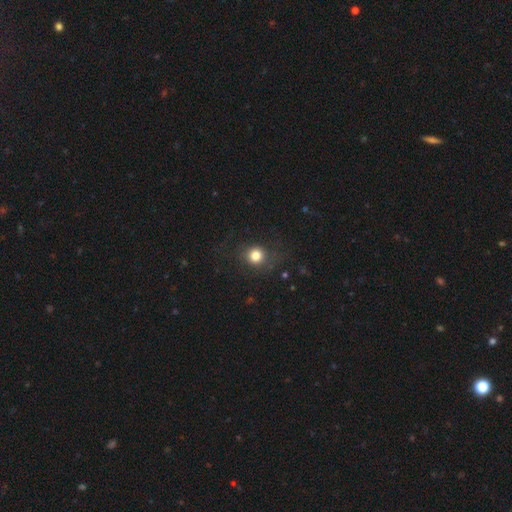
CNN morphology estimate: smooth-or-featured: smooth: 80% | star or artifact: 13% | featured or disk: 7%
  how-rounded: round: 88% | in between: 11% | cigar-shaped: 1%
  merging: none: 79% | minor disturbance: 12% | major disturbance: 8% | merger: 1%